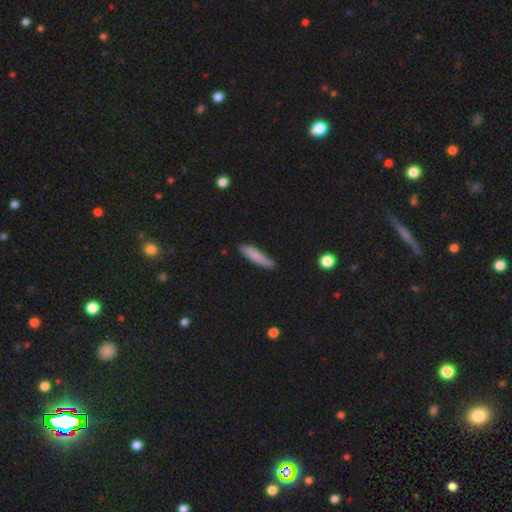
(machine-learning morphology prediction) smooth-or-featured: smooth: 79% | featured or disk: 15% | star or artifact: 7%
  how-rounded: cigar-shaped: 85% | in between: 14% | round: 2%
  merging: none: 75% | minor disturbance: 20% | major disturbance: 3% | merger: 2%